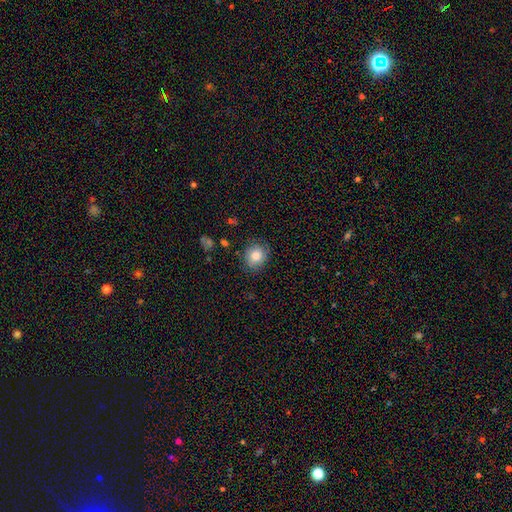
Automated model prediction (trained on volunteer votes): Smooth or featured? smooth (82%)
How rounded? round (75%)
Merging? none (84%)